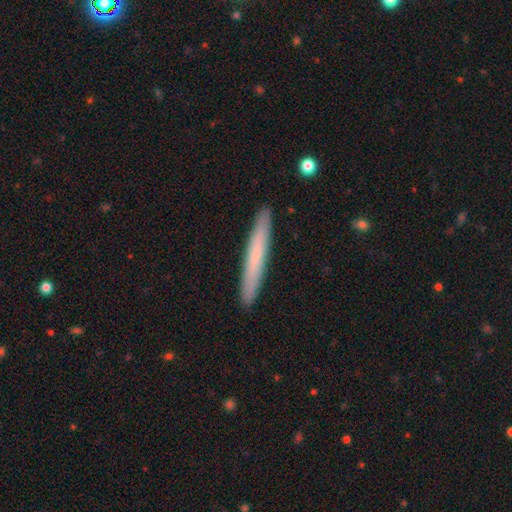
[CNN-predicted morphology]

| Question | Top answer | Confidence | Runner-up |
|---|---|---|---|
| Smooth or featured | smooth | 67% | featured or disk (27%) |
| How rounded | cigar-shaped | 97% | in between (2%) |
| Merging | none | 92% | minor disturbance (6%) |